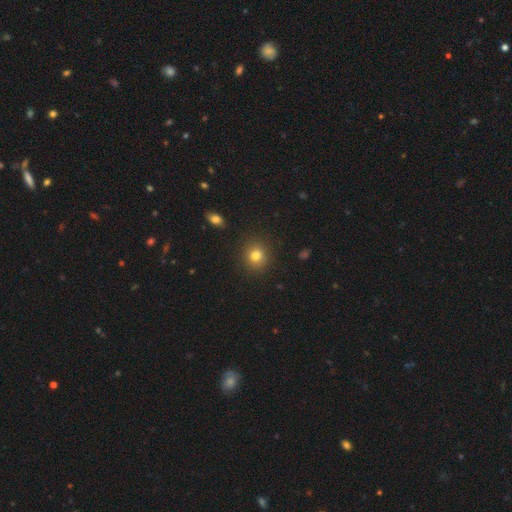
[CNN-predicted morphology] Smooth or featured: smooth — 80% (star or artifact — 12%)
How rounded: round — 84% (in between — 15%)
Merging: none — 89% (minor disturbance — 8%)